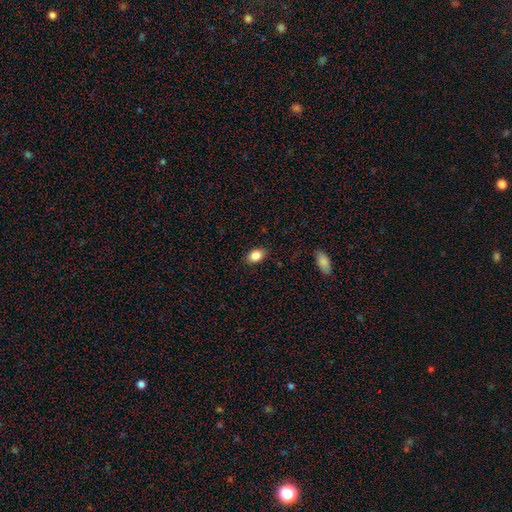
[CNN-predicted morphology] smooth-or-featured: smooth: 86% | star or artifact: 9% | featured or disk: 5%
  how-rounded: in between: 76% | round: 23% | cigar-shaped: 1%
  merging: none: 86% | minor disturbance: 10% | major disturbance: 3% | merger: 1%